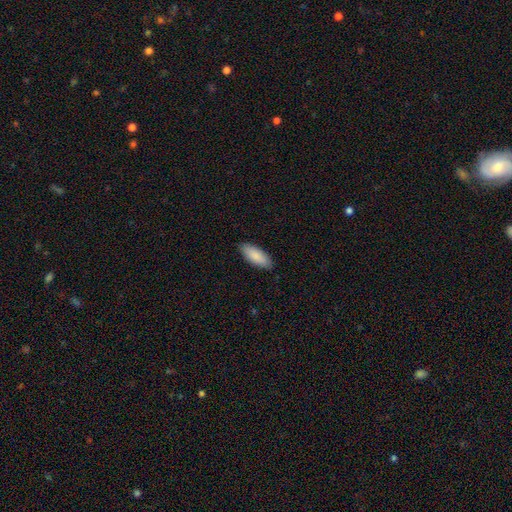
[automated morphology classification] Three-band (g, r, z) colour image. It shows a smooth galaxy with no disk features (89%) that is in between round and cigar-shaped (81%). Merging: none (87%).